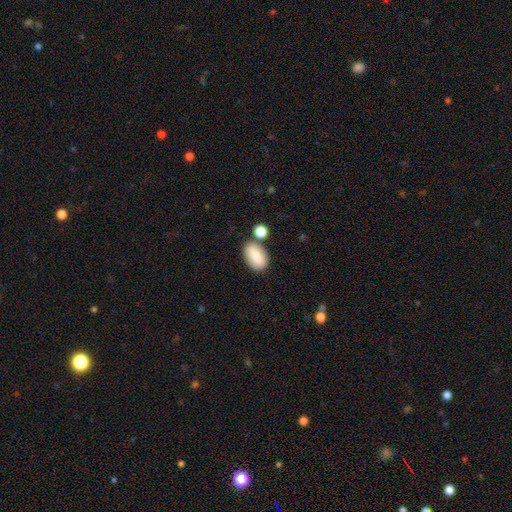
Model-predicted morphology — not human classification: This appears to be a smooth galaxy with no disk features (78%) that is in between round and cigar-shaped (88%). Merging: none (69%).